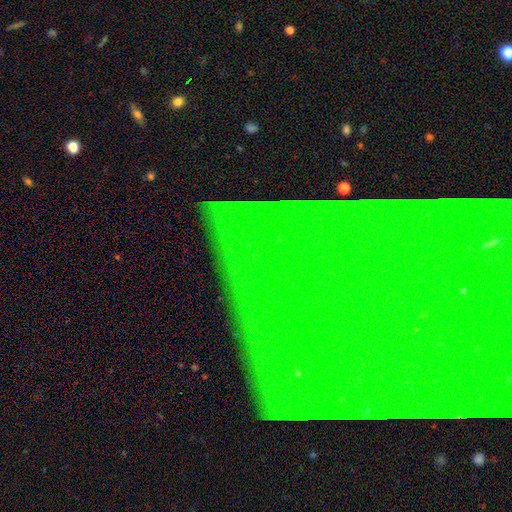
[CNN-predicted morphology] Smooth or featured: star or artifact — 84% (featured or disk — 8%)